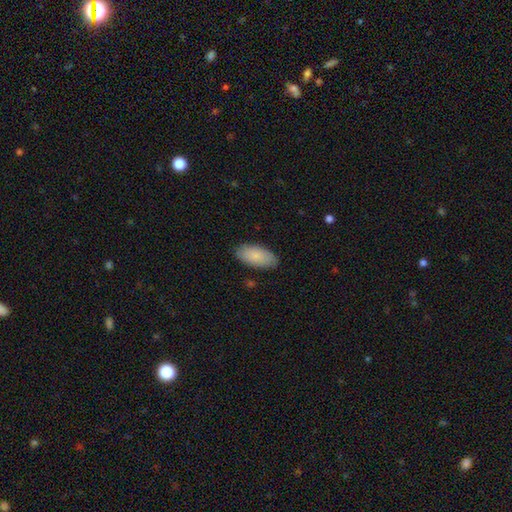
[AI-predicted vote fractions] The model was most divided on "smooth or featured": smooth: 82%, featured or disk: 12%, star or artifact: 6%. More confident: how rounded — in between (93%); merging — none (85%).